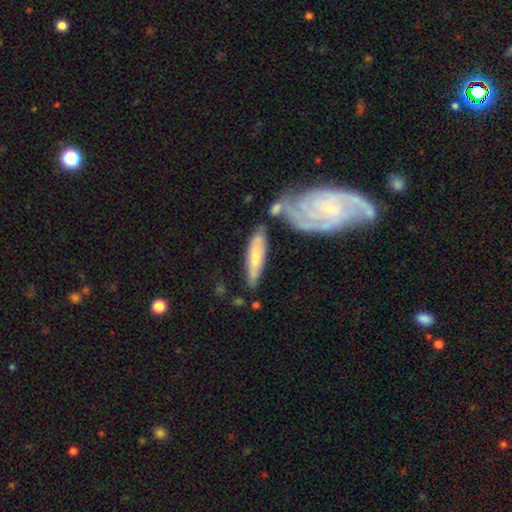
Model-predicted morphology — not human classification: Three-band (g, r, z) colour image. It shows a featured or disk galaxy (51%). Merging: none (58%).